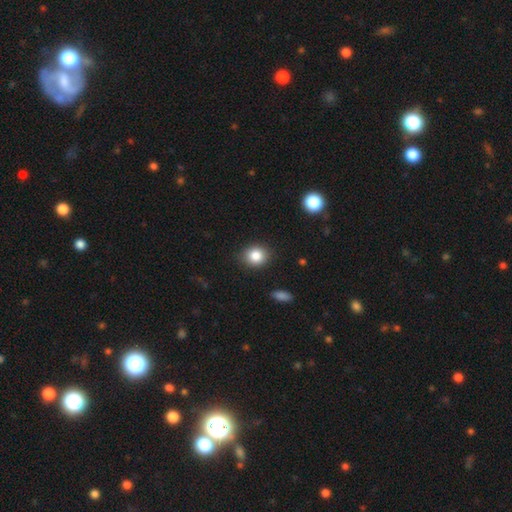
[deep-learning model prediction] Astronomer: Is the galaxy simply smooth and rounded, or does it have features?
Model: smooth — 84%.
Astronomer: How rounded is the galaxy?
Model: round — 67%.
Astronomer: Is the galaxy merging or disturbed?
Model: none — 86%.